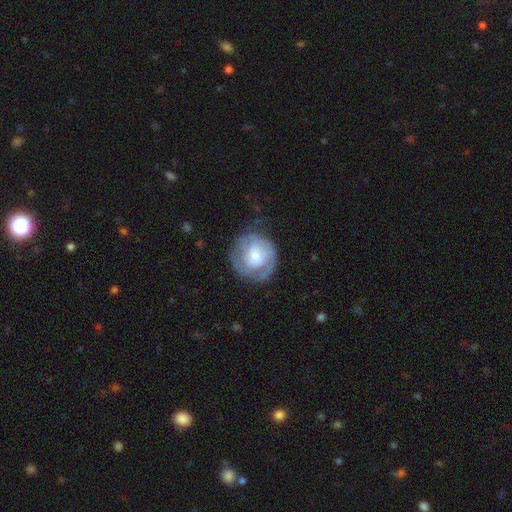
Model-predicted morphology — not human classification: A featured or disk galaxy (61%) with no bar (66%), spiral arms (77%) and a small central bulge (51%). Merging: none (61%).